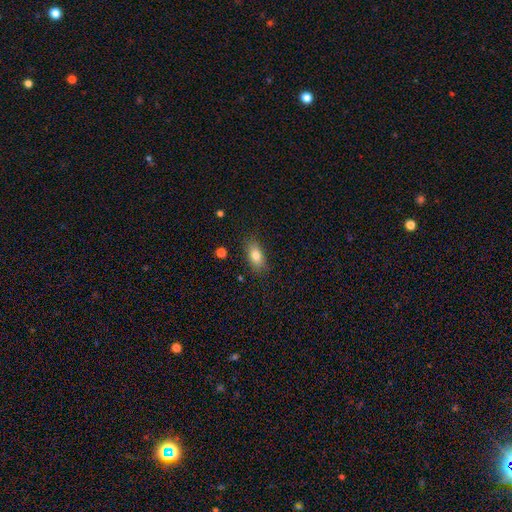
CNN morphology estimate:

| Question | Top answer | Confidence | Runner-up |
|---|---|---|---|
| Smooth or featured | smooth | 82% | featured or disk (10%) |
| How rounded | in between | 86% | cigar-shaped (7%) |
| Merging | none | 83% | minor disturbance (12%) |